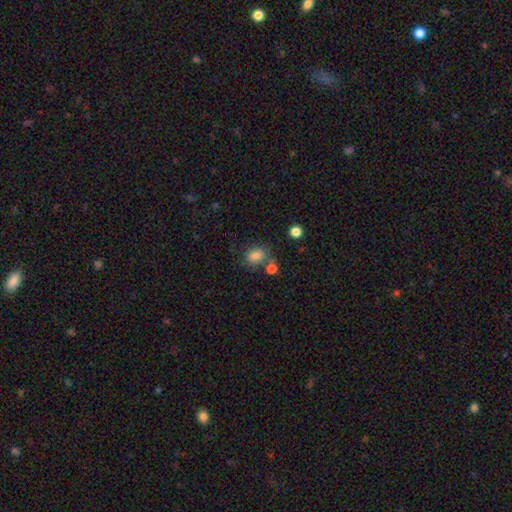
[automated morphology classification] Q: Smooth or featured?
A: smooth (81%); runner-up: star or artifact (12%)
Q: How rounded?
A: in between (71%); runner-up: round (28%)
Q: Merging?
A: none (59%); runner-up: merger (17%)